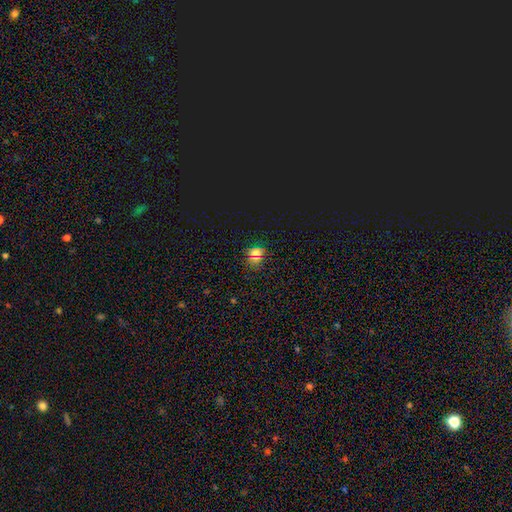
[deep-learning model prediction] Smooth or featured? Predicted: star or artifact (p=0.47).